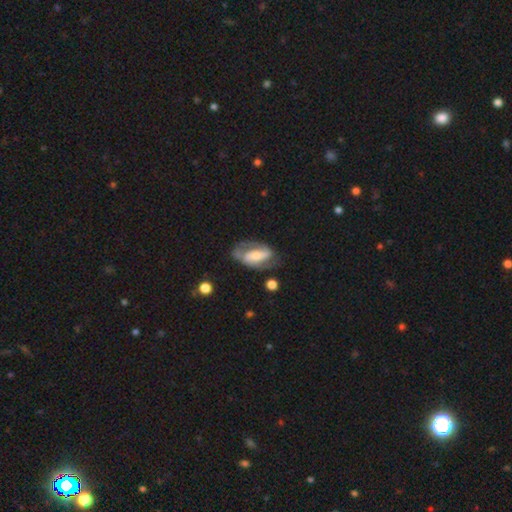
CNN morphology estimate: The model was most divided on "bulge size": moderate: 43%, small: 40%, large: 10%, none: 4%, dominant: 2%. Remaining: edge-on disk — no (94%); spiral arms — yes (82%); spiral arm count — 2 (81%); smooth or featured — featured or disk (73%); merging — none (61%); bar — strong (47%); spiral winding — medium (45%).